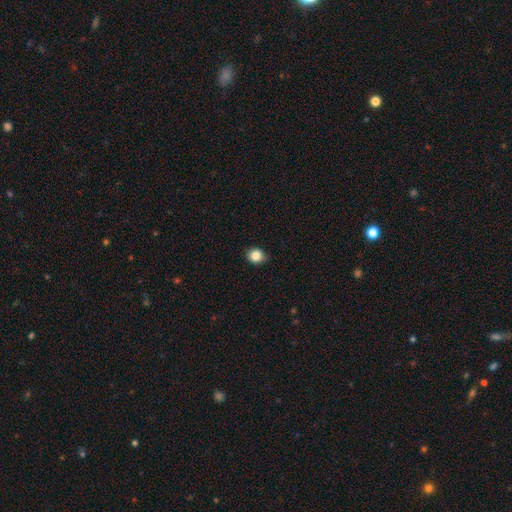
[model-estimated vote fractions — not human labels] This is clearly a smooth galaxy (84%). How rounded: likely round (73%). Merging: clearly none (83%).